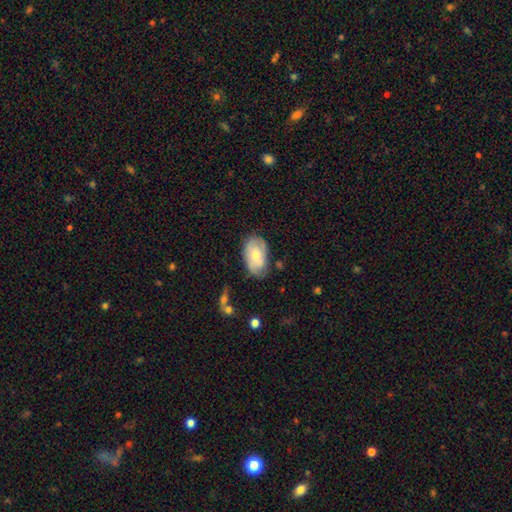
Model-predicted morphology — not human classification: Smooth or featured?
  - smooth: 63% *
  - featured or disk: 30%
  - star or artifact: 7%
How rounded?
  - in between: 90% *
  - round: 9%
  - cigar-shaped: 1%
Merging?
  - none: 65% *
  - minor disturbance: 26%
  - major disturbance: 6%
  - merger: 3%